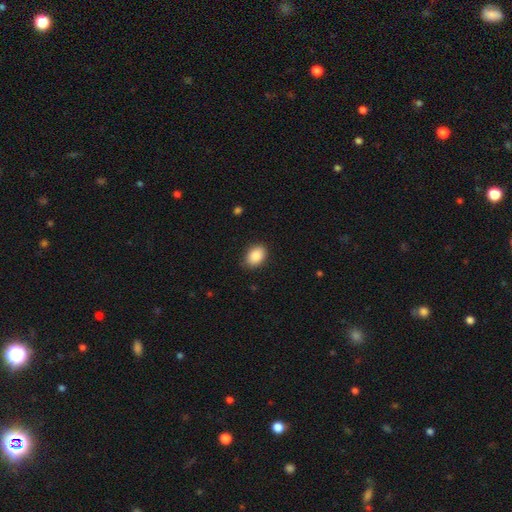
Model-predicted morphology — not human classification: smooth 88%, star or artifact 7%, featured or disk 5%. Down the decision tree: how rounded — in between (80%); merging — none (84%).